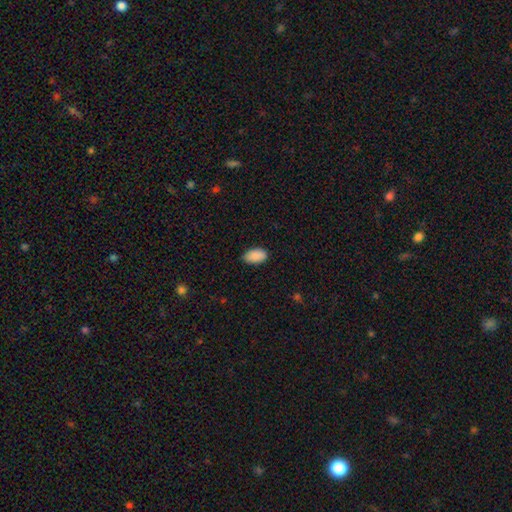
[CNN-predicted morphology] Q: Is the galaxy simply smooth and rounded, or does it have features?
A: smooth — 90%.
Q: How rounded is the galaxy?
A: in between — 94%.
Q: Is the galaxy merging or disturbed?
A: none — 83%.